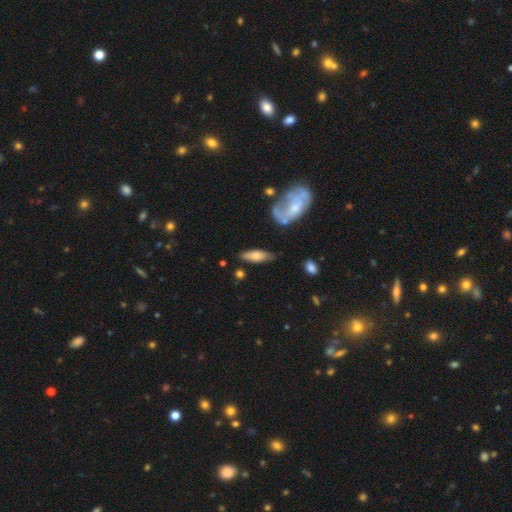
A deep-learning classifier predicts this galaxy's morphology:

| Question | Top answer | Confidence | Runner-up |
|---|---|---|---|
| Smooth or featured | smooth | 64% | featured or disk (30%) |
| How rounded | in between | 58% | cigar-shaped (39%) |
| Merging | none | 73% | minor disturbance (17%) |